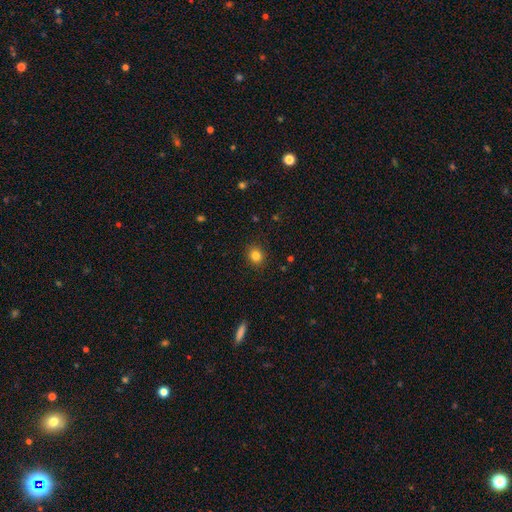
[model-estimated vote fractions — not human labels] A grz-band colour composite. It shows a smooth galaxy with no disk features (83%) that is round (79%). Merging: none (90%).